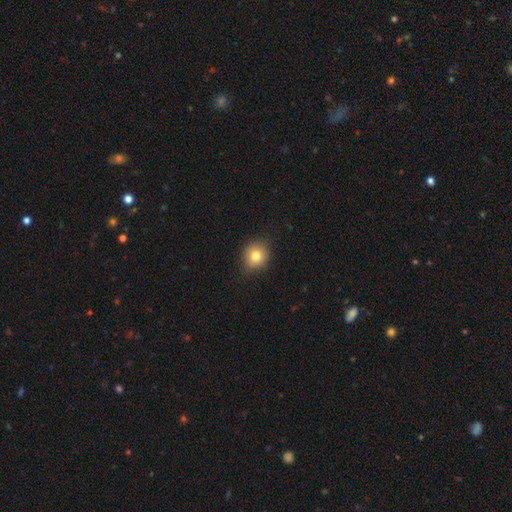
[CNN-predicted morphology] Overall: smooth (79%). How rounded: round (76%). Merging: none (85%).